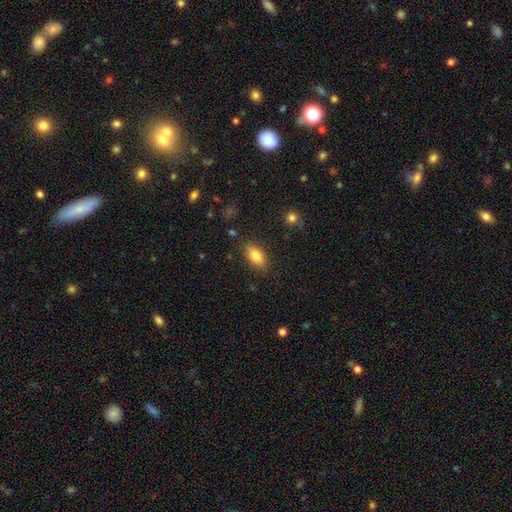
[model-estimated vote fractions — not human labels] A smooth galaxy with no disk features (81%) that is in between round and cigar-shaped (89%). Merging: none (83%).